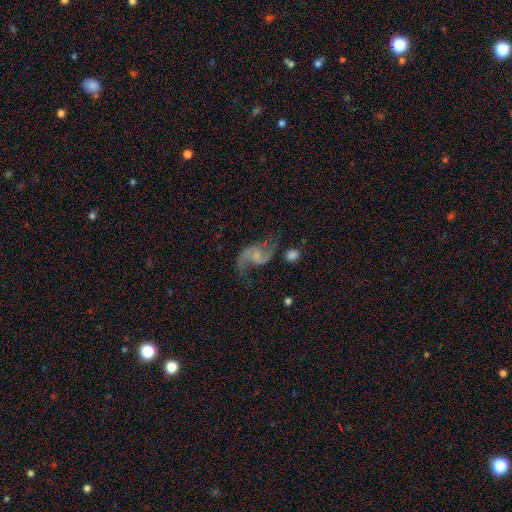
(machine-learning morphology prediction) Smooth or featured?
  - featured or disk: 87% *
  - smooth: 7%
  - star or artifact: 6%
Edge-on disk?
  - no: 98% *
  - yes: 2%
Bar?
  - no: 47% *
  - weak: 42%
  - strong: 10%
Spiral arms?
  - yes: 96% *
  - no: 4%
Spiral winding?
  - loose: 74% *
  - medium: 22%
  - tight: 4%
Spiral arm count?
  - 2: 93% *
  - 1: 3%
  - can't tell: 2%
  - 3: 1%
  - 4: 1%
  - more than 4: 1%
Bulge size?
  - none: 45% *
  - small: 34%
  - moderate: 16%
  - large: 3%
  - dominant: 1%
Merging?
  - none: 64% *
  - minor disturbance: 17%
  - major disturbance: 14%
  - merger: 5%